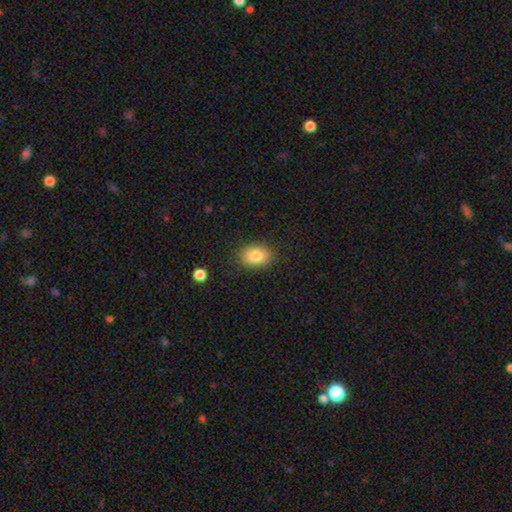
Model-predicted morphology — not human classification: smooth-or-featured: smooth: 83% | featured or disk: 9% | star or artifact: 8%
  how-rounded: in between: 78% | round: 21% | cigar-shaped: 1%
  merging: none: 85% | minor disturbance: 11% | major disturbance: 3% | merger: 1%